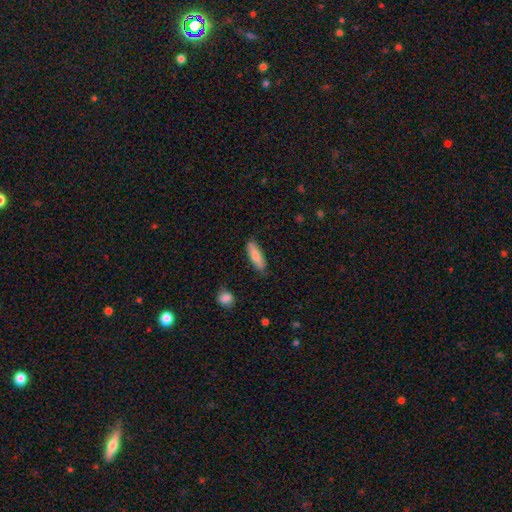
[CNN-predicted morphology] This appears to be a smooth galaxy with no disk features (81%) that is cigar-shaped (52%). Merging: none (82%).